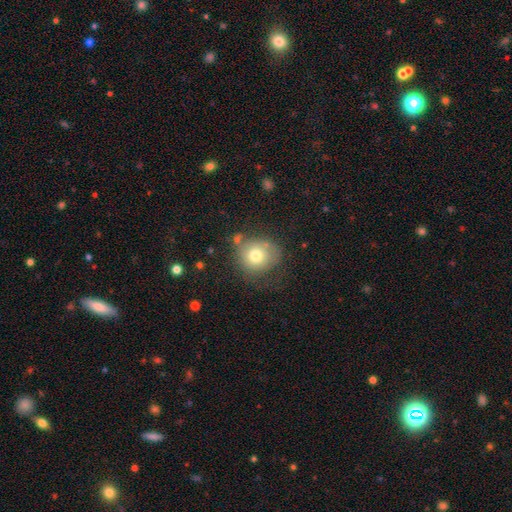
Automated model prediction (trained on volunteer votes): Smooth or featured?
  - smooth: 72% *
  - featured or disk: 17%
  - star or artifact: 11%
How rounded?
  - round: 80% *
  - in between: 19%
  - cigar-shaped: 1%
Merging?
  - none: 56% *
  - minor disturbance: 25%
  - major disturbance: 13%
  - merger: 6%